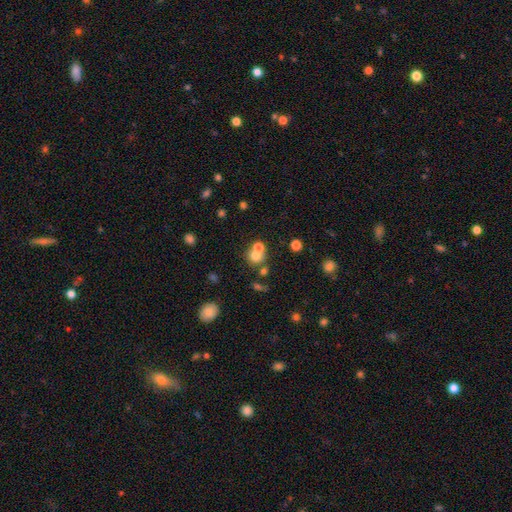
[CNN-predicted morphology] The model was most divided on "merging": merger: 49%, none: 40%, minor disturbance: 7%, major disturbance: 4%. More confident: how rounded — round (80%); smooth or featured — smooth (70%).